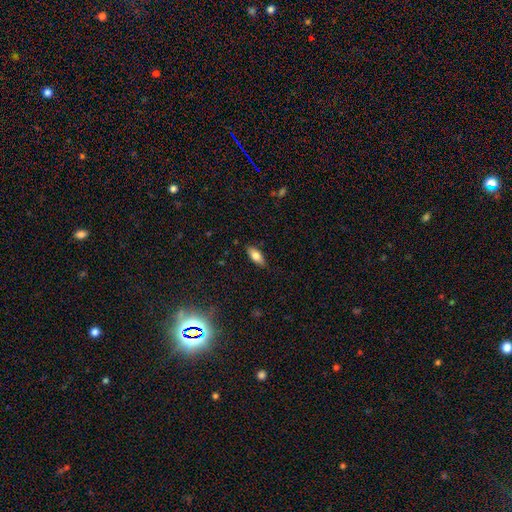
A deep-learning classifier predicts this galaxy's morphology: Smooth or featured? Predicted: smooth (p=0.76). How rounded? Predicted: in between (p=0.80). Merging? Predicted: none (p=0.85).